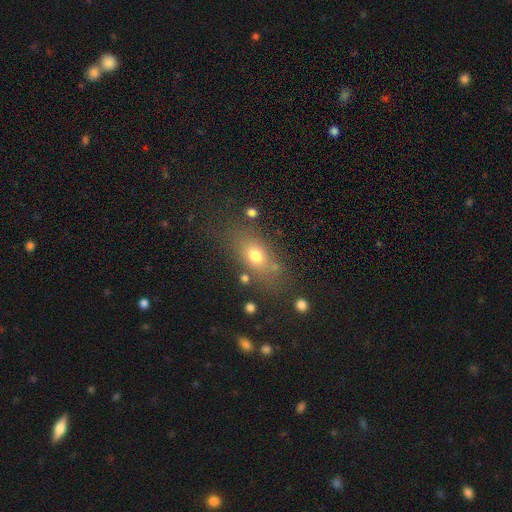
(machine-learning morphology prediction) Smooth or featured?
  - smooth: 69% *
  - featured or disk: 17%
  - star or artifact: 14%
How rounded?
  - in between: 67% *
  - round: 21%
  - cigar-shaped: 12%
Merging?
  - none: 74% *
  - minor disturbance: 14%
  - major disturbance: 7%
  - merger: 5%